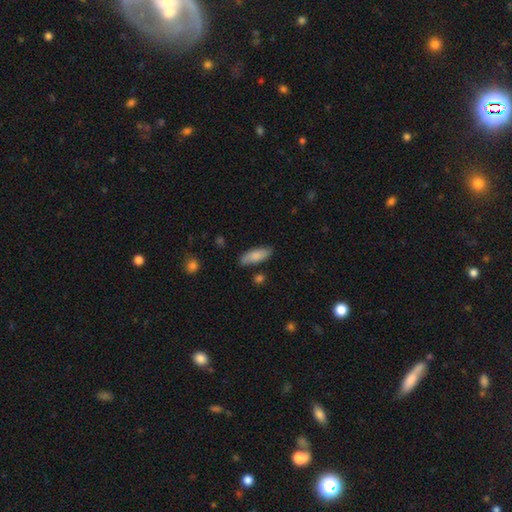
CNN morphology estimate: Smooth or featured: smooth — 78% (featured or disk — 16%)
How rounded: in between — 70% (cigar-shaped — 28%)
Merging: none — 81% (minor disturbance — 14%)